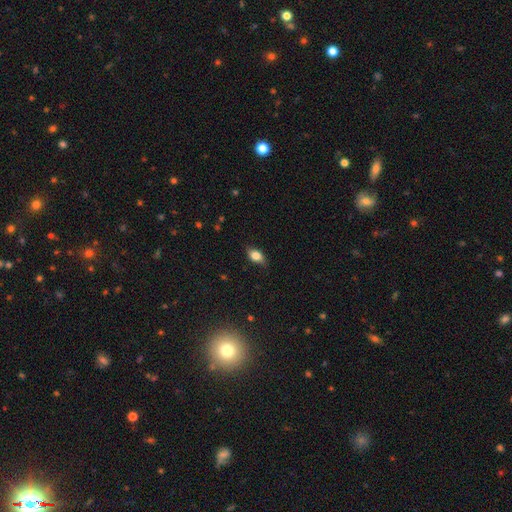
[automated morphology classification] The model was most divided on "merging": none: 79%, minor disturbance: 17%, major disturbance: 3%, merger: 1%. More confident: how rounded — in between (85%); smooth or featured — smooth (78%).